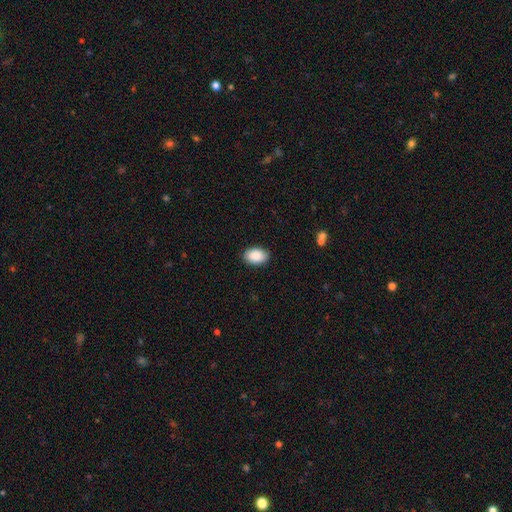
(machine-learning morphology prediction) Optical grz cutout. It shows a smooth galaxy with no disk features (90%) that is in between round and cigar-shaped (89%). Merging: none (88%).